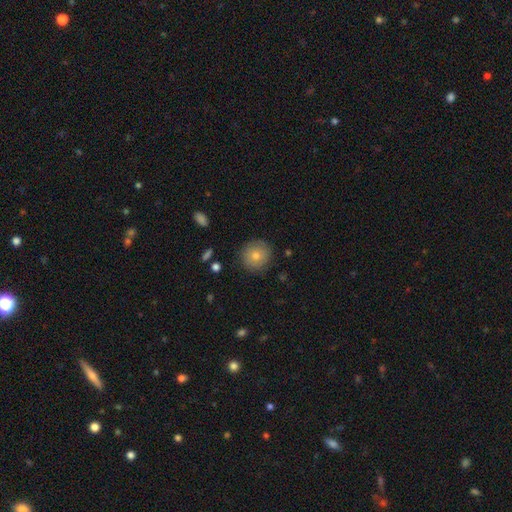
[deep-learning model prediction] This is likely a smooth galaxy (68%). How rounded: clearly round (92%). Merging: clearly none (86%).